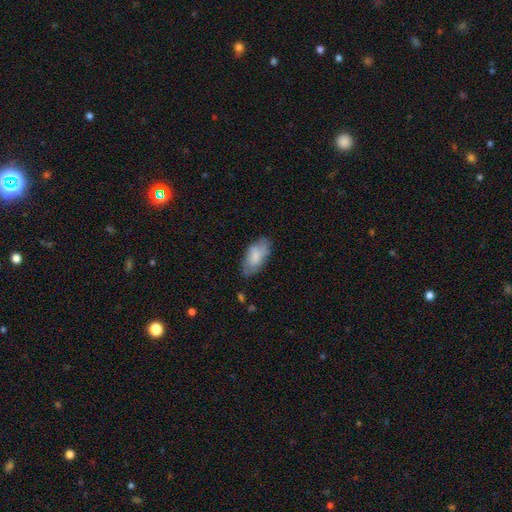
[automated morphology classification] smooth-or-featured: smooth: 76% | featured or disk: 18% | star or artifact: 6%
  how-rounded: in between: 92% | cigar-shaped: 5% | round: 2%
  merging: none: 67% | minor disturbance: 25% | major disturbance: 6% | merger: 2%